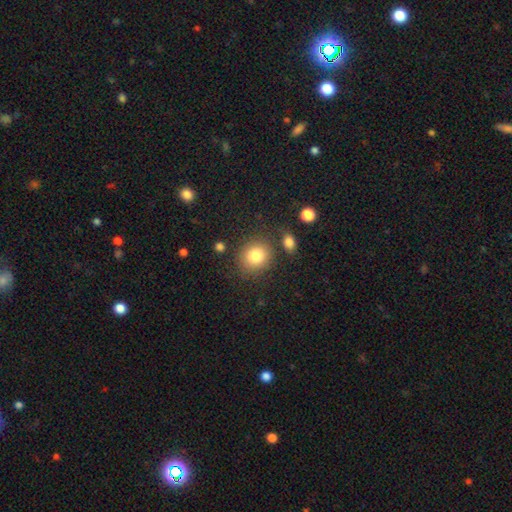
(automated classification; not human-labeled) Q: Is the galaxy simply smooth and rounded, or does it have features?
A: smooth — 82%.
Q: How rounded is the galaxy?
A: round — 78%.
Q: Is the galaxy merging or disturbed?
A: none — 80%.